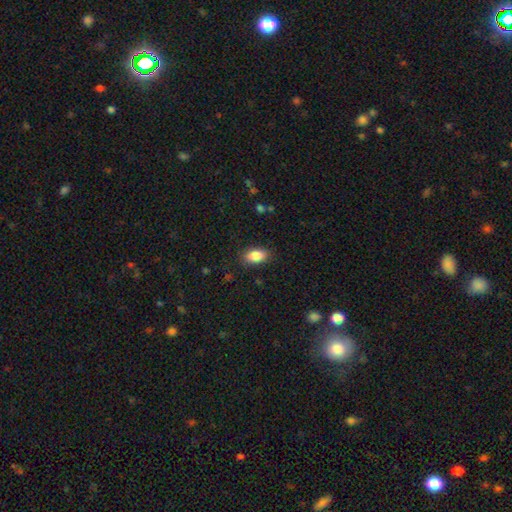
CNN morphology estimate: smooth-or-featured: smooth: 87% | star or artifact: 7% | featured or disk: 6%
  how-rounded: in between: 91% | round: 6% | cigar-shaped: 3%
  merging: none: 86% | minor disturbance: 10% | major disturbance: 3% | merger: 1%